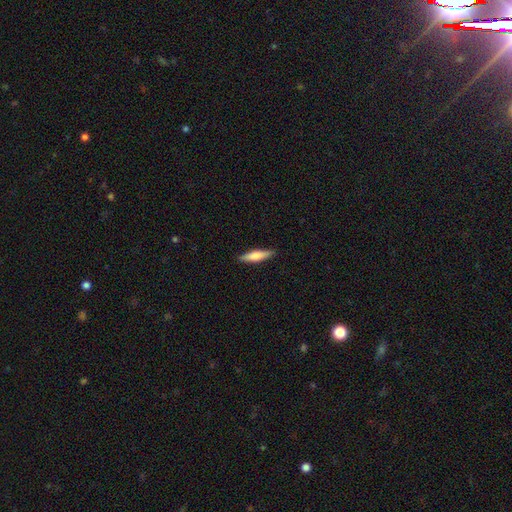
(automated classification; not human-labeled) Morphology: type=smooth (67%); roundness=cigar-shaped (78%); merging=none (90%).